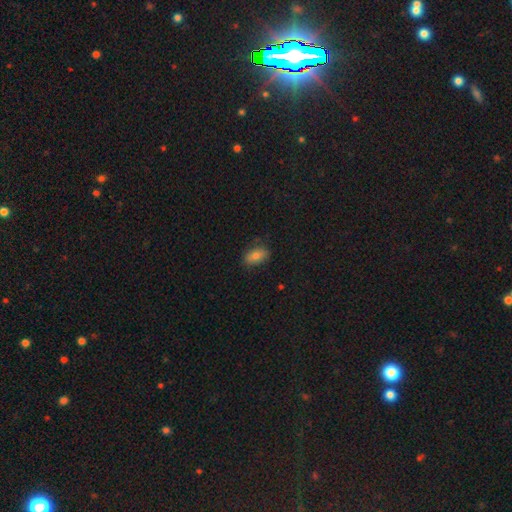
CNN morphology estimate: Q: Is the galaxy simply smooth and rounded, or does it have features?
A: smooth — 79%.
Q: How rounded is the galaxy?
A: in between — 88%.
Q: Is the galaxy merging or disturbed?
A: none — 77%.